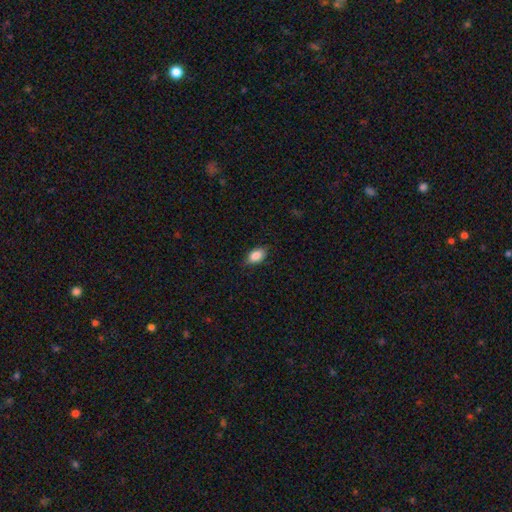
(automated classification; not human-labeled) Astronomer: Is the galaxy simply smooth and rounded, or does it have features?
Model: smooth — 86%.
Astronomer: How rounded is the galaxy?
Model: in between — 89%.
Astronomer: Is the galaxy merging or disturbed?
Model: none — 82%.